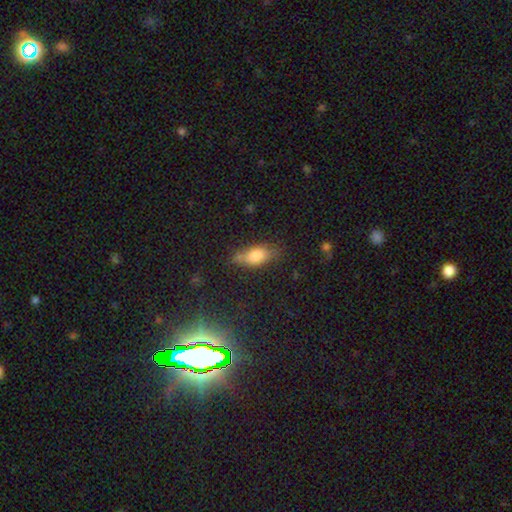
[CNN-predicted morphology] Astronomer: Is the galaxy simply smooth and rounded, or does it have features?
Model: smooth — 75%.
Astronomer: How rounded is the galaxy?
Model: in between — 79%.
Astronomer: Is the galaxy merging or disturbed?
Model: none — 66%.